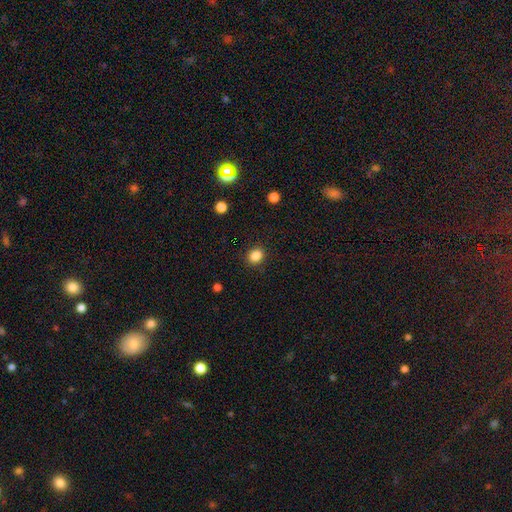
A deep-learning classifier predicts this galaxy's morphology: A smooth galaxy with no disk features (86%) that is round (67%).

Vote fractions:
- Smooth or featured? smooth: 86% / star or artifact: 11% / featured or disk: 3%
- How rounded? round: 67% / in between: 32% / cigar-shaped: 1%
- Merging? none: 89% / minor disturbance: 7% / major disturbance: 2% / merger: 1%